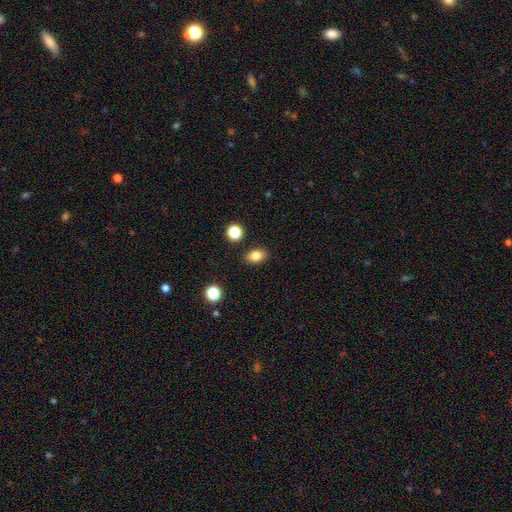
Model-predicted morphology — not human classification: smooth 81%, star or artifact 11%, featured or disk 8%. Down the decision tree: how rounded — in between (79%); merging — none (87%).